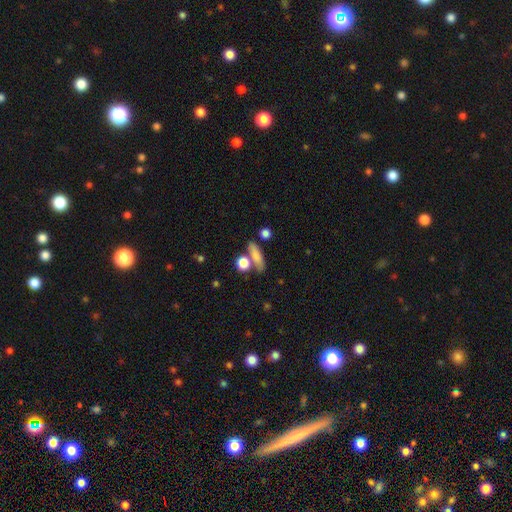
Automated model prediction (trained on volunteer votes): Overall: smooth (79%). How rounded: cigar-shaped (41%; in between 39%). Merging: none (64%).